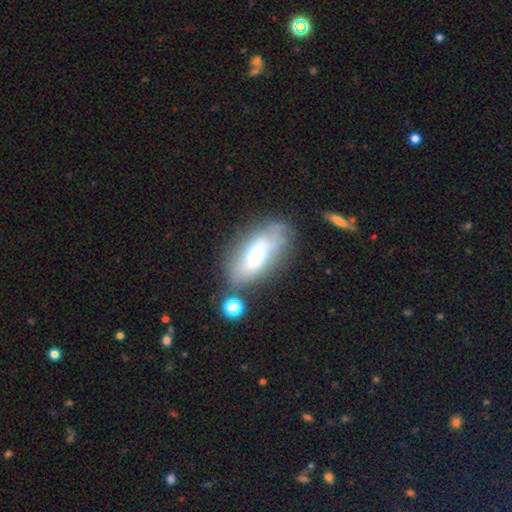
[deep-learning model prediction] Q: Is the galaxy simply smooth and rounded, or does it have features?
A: smooth — 53%.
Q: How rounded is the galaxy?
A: in between — 81%.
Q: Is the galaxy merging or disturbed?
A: none — 55%.